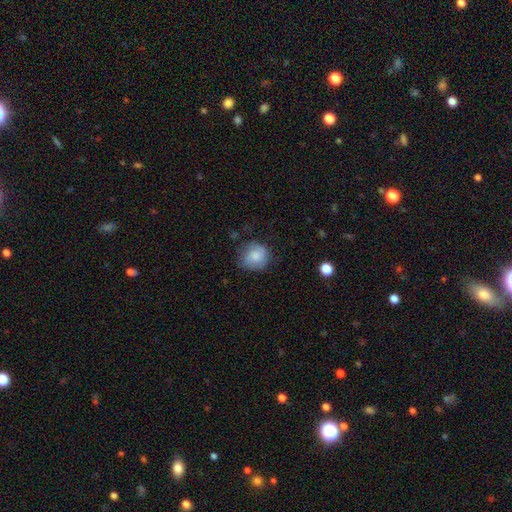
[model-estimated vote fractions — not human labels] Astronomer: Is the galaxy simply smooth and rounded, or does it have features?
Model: smooth — 77%.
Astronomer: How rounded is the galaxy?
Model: round — 84%.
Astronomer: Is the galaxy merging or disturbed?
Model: none — 68%.